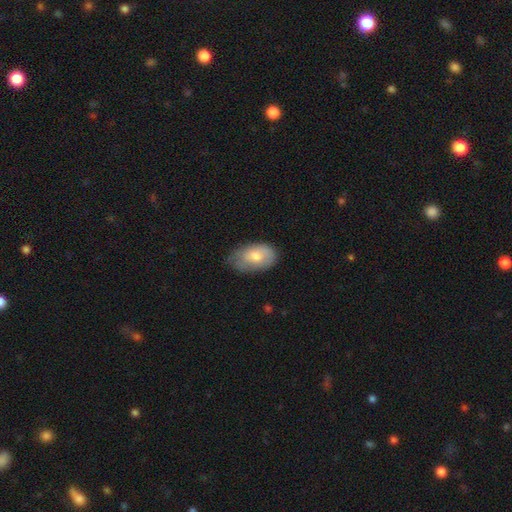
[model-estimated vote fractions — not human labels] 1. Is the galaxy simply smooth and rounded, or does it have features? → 71% smooth, 22% featured or disk, 6% star or artifact.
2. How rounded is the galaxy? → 93% in between, 6% round, 2% cigar-shaped.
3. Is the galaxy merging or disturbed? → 62% none, 31% minor disturbance, 6% major disturbance, 1% merger.